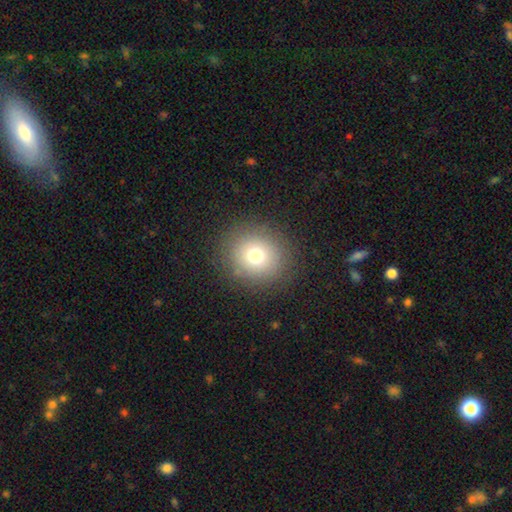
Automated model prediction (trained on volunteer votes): smooth 73%, star or artifact 15%, featured or disk 12%. Down the decision tree: how rounded — round (88%); merging — none (87%).